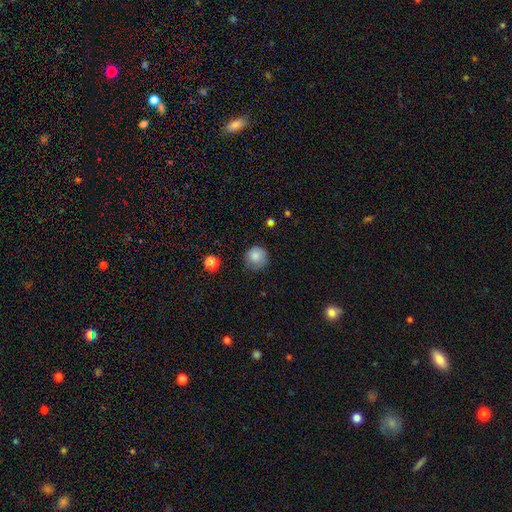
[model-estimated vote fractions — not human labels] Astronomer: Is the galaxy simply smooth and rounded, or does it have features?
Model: smooth — 83%.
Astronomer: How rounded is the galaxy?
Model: round — 93%.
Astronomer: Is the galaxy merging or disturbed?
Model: none — 79%.